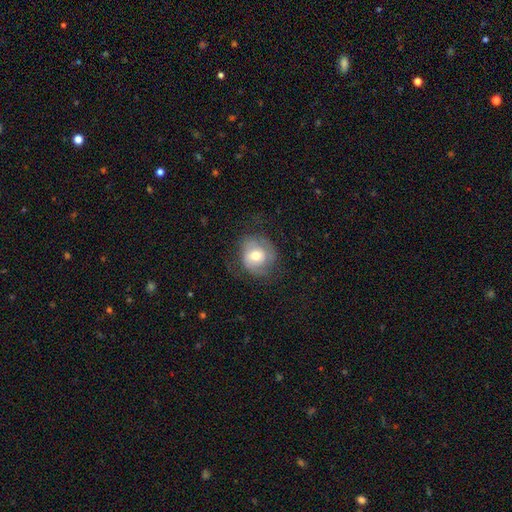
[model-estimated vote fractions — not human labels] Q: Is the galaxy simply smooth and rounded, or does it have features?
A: smooth — 52%.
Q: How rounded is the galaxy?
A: round — 76%.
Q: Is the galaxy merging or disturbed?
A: none — 59%.